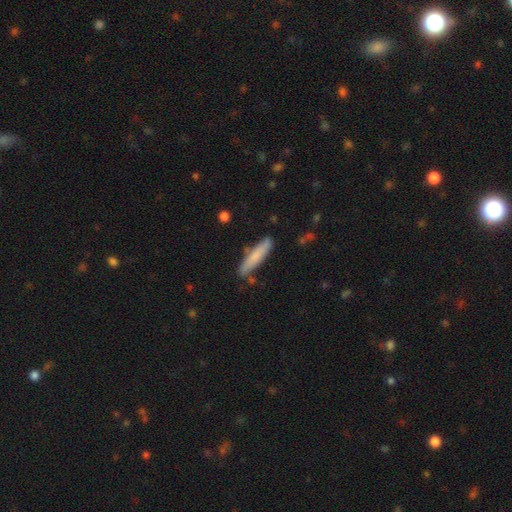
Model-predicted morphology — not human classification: smooth 73%, featured or disk 21%, star or artifact 6%. Down the decision tree: how rounded — cigar-shaped (87%); merging — none (81%).